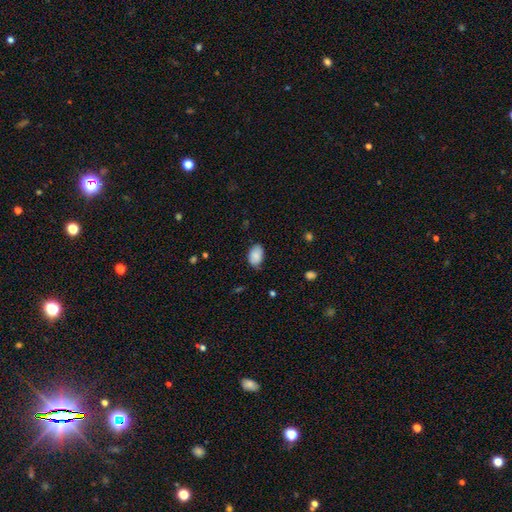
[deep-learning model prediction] A smooth galaxy with no disk features (85%) that is in between round and cigar-shaped (90%). Merging: none (73%).